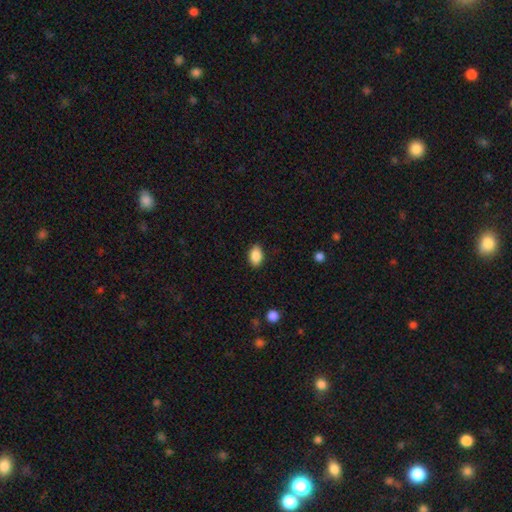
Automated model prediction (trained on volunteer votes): Smooth or featured? Predicted: smooth (p=0.87). How rounded? Predicted: in between (p=0.88). Merging? Predicted: none (p=0.85).